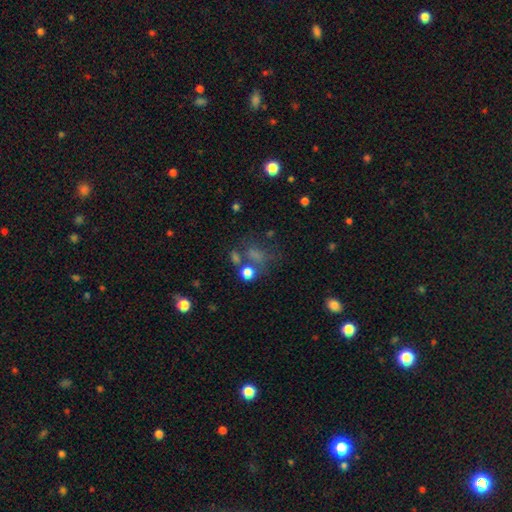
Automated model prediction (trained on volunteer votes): This is possibly a smooth galaxy (54%). How rounded: possibly round (49%, tied with in between). Merging: possibly none (47%).